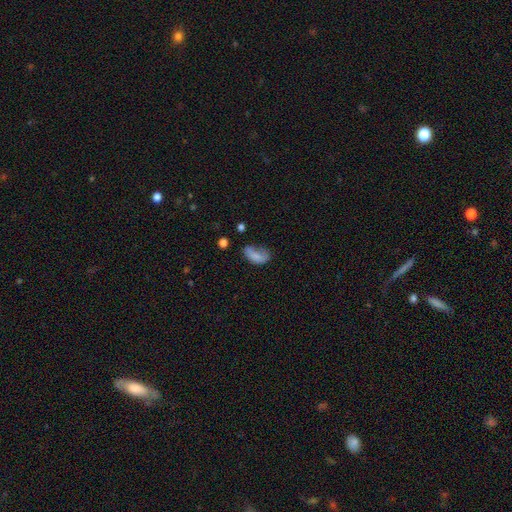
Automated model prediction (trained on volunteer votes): smooth 73%, featured or disk 17%, star or artifact 10%. Down the decision tree: how rounded — in between (90%); merging — major disturbance (32%).